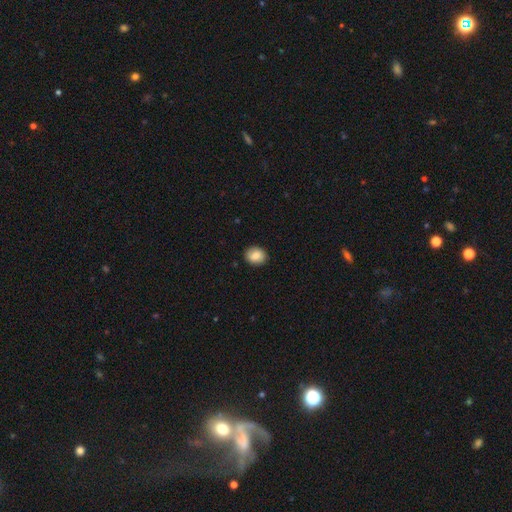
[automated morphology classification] Smooth or featured?
  - smooth: 83% *
  - featured or disk: 9%
  - star or artifact: 8%
How rounded?
  - round: 62% *
  - in between: 37%
  - cigar-shaped: 1%
Merging?
  - none: 90% *
  - minor disturbance: 8%
  - major disturbance: 2%
  - merger: 1%